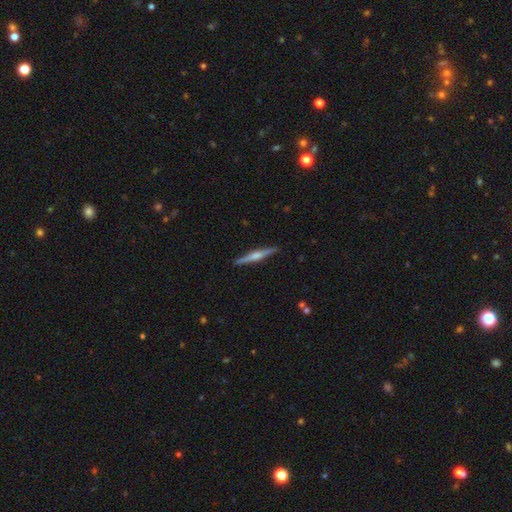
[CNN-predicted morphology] featured or disk 66%, smooth 28%, star or artifact 6%. Down the decision tree: edge-on disk — yes (98%); edge-on bulge — rounded (74%); merging — none (91%).